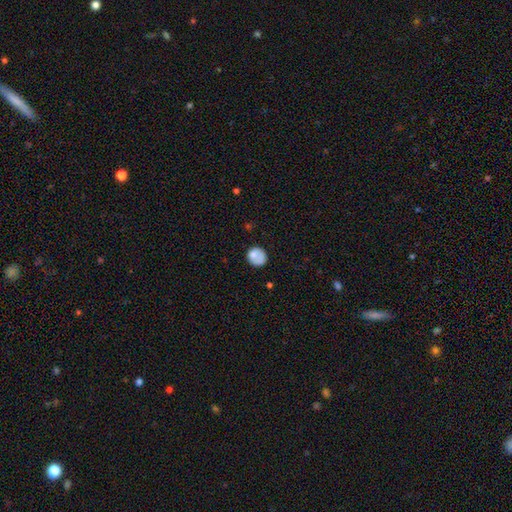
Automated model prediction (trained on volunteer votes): Smooth or featured? Predicted: smooth (p=0.76). How rounded? Predicted: round (p=0.83). Merging? Predicted: none (p=0.67).